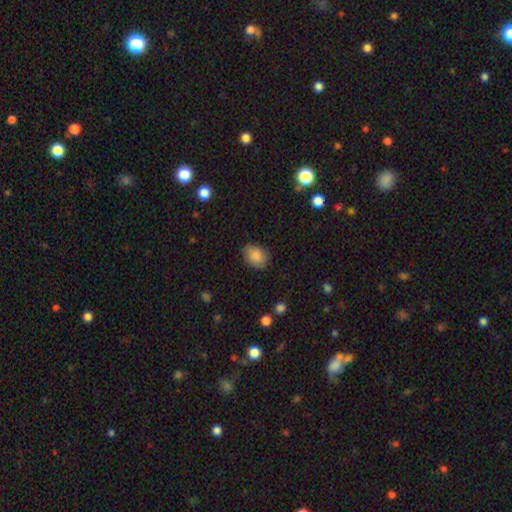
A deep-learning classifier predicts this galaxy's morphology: The model was most divided on "how rounded": in between: 63%, round: 36%, cigar-shaped: 1%. More confident: smooth or featured — smooth (87%); merging — none (81%).